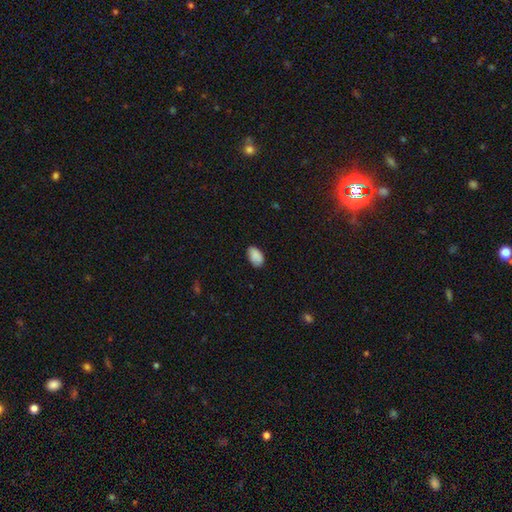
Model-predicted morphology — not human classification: This appears to be a smooth galaxy with no disk features (88%) that is in between round and cigar-shaped (92%). Merging: none (79%).